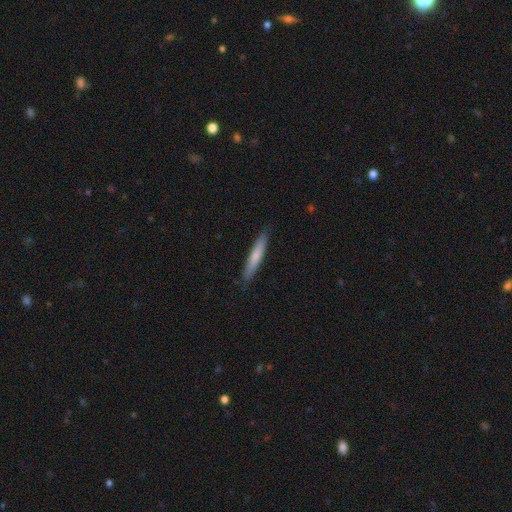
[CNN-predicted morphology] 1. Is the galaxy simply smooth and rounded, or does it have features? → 71% smooth, 23% featured or disk, 5% star or artifact.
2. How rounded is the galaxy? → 93% cigar-shaped, 6% in between, 1% round.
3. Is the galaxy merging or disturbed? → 87% none, 10% minor disturbance, 2% major disturbance, 1% merger.